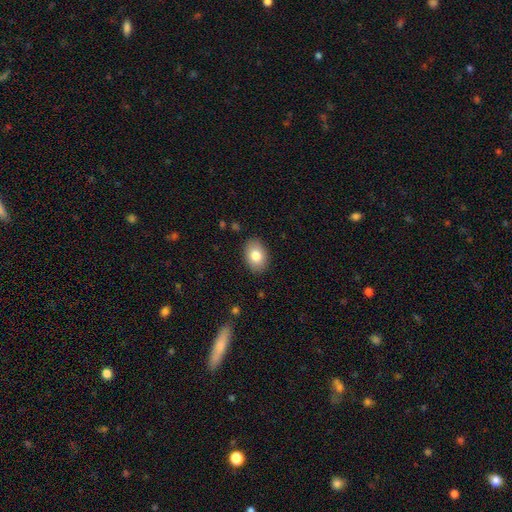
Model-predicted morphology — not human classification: Smooth or featured? Predicted: smooth (p=0.82). How rounded? Predicted: in between (p=0.81). Merging? Predicted: none (p=0.87).